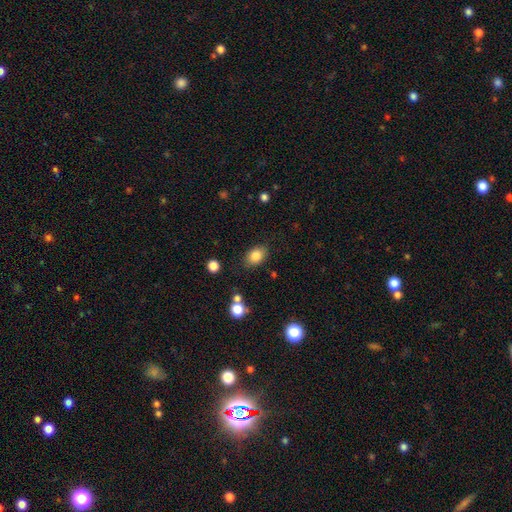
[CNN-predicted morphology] smooth-or-featured: smooth: 84% | star or artifact: 9% | featured or disk: 7%
  how-rounded: in between: 75% | round: 24% | cigar-shaped: 1%
  merging: none: 81% | minor disturbance: 13% | major disturbance: 4% | merger: 2%